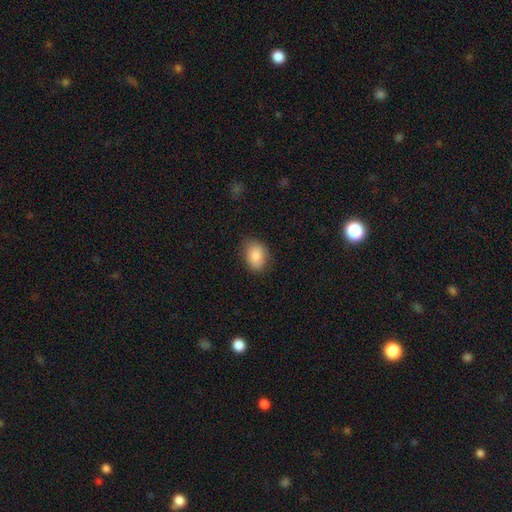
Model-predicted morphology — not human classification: This appears to be a smooth galaxy with no disk features (86%) that is in between round and cigar-shaped (71%). Merging: none (79%).